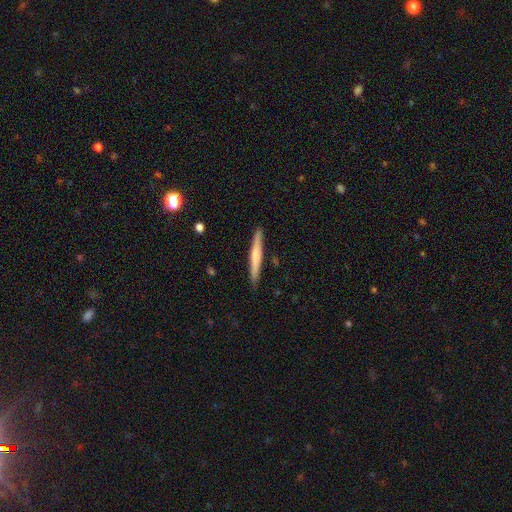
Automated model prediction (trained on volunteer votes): The model was most divided on "smooth or featured": smooth: 56%, featured or disk: 39%, star or artifact: 5%. More confident: how rounded — cigar-shaped (96%); merging — none (90%).